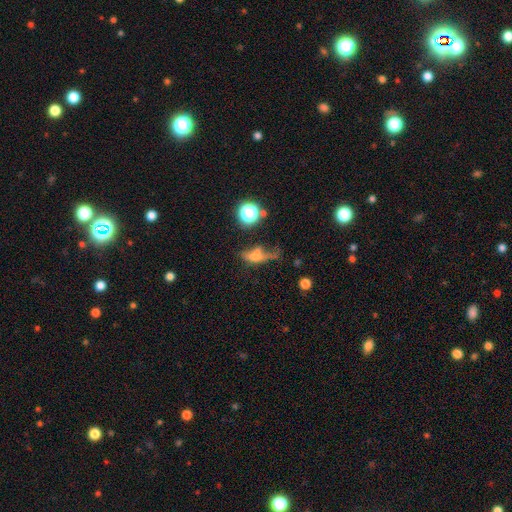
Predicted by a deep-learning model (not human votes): Smooth or featured? Predicted: smooth (p=0.44). Merging? Predicted: none (p=0.37).